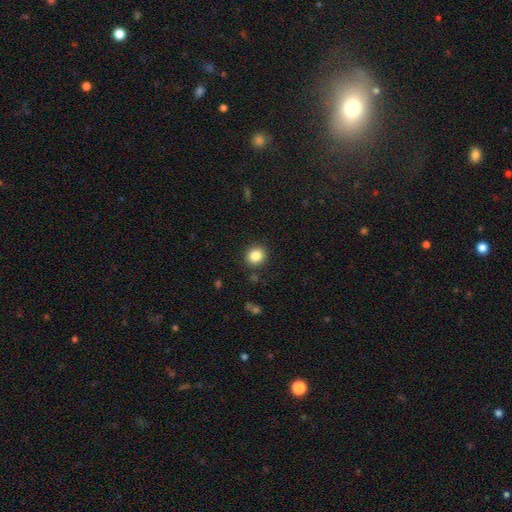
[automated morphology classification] This is clearly a smooth galaxy (84%). How rounded: clearly round (88%). Merging: clearly none (90%).